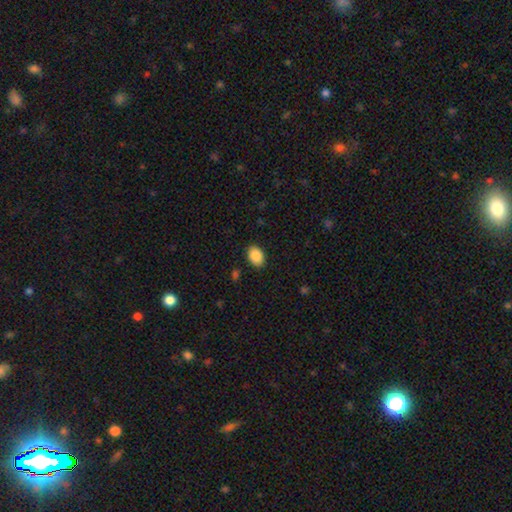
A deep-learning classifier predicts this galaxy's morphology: The model was most divided on "how rounded": in between: 82%, round: 17%, cigar-shaped: 1%. More confident: smooth or featured — smooth (88%); merging — none (88%).